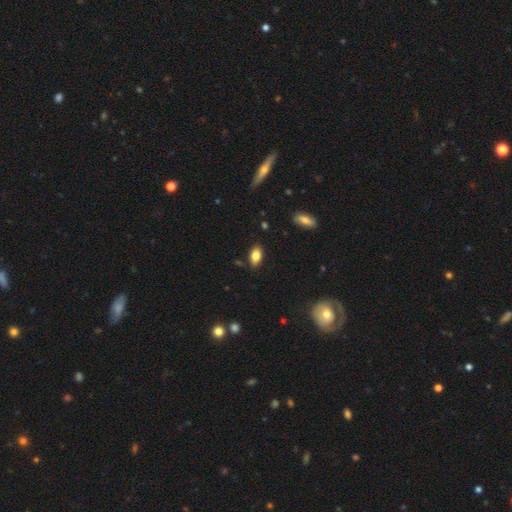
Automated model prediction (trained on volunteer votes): Smooth or featured?
  - smooth: 83% *
  - featured or disk: 9%
  - star or artifact: 8%
How rounded?
  - in between: 90% *
  - cigar-shaped: 5%
  - round: 4%
Merging?
  - none: 85% *
  - minor disturbance: 11%
  - major disturbance: 2%
  - merger: 2%